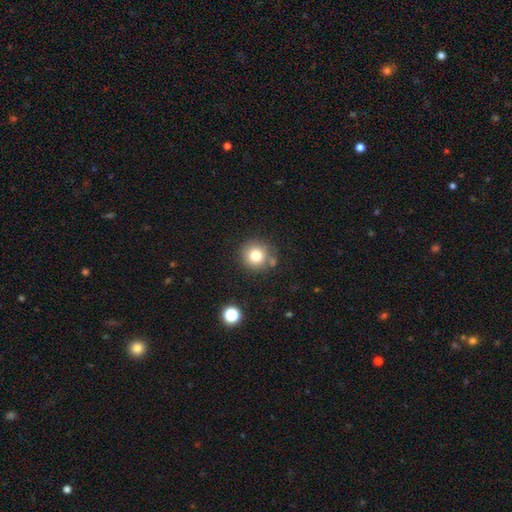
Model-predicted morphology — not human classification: Overall: smooth (78%). How rounded: round (94%). Merging: none (79%).